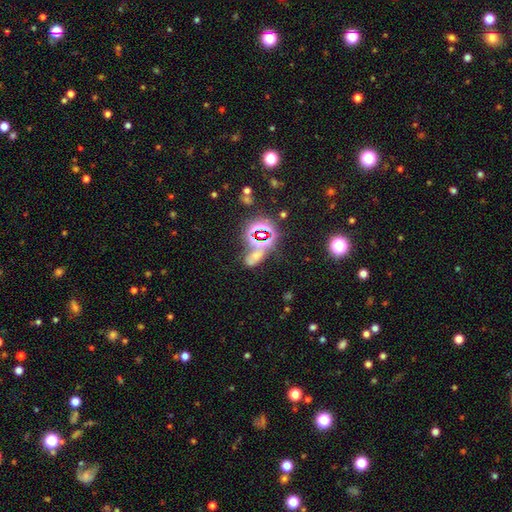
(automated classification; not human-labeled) smooth_or_featured: star or artifact (p=0.51) [alt: smooth p=0.33]